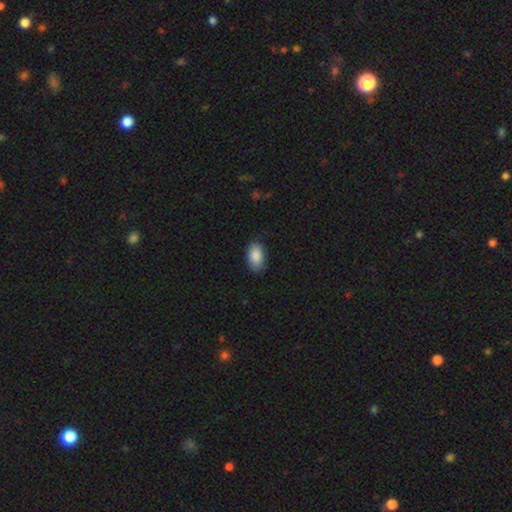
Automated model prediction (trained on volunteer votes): smooth_or_featured: smooth (p=0.89) [alt: star or artifact p=0.07]
how_rounded: in between (p=0.92) [alt: round p=0.07]
merging: none (p=0.78) [alt: minor disturbance p=0.18]